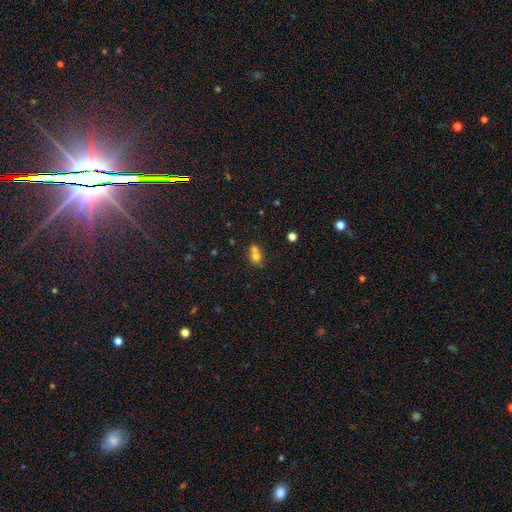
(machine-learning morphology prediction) This appears to be a smooth galaxy with no disk features (68%) that is round (62%). Merging: merger (57%).